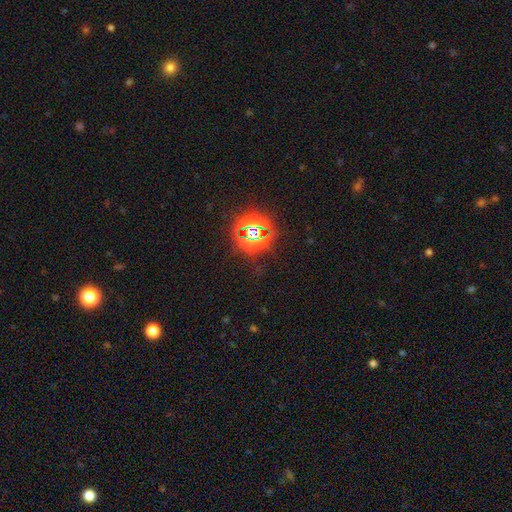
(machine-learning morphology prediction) Smooth or featured: star or artifact — 81% (smooth — 12%)